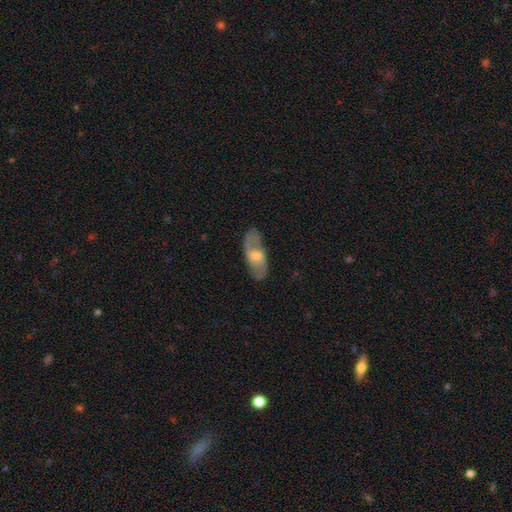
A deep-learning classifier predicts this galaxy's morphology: smooth-or-featured: featured or disk: 61% | smooth: 33% | star or artifact: 6%
  disk-edge-on: no: 83% | yes: 17%
    bar: no: 46% | weak: 42% | strong: 12%
    has-spiral-arms: yes: 73% | no: 27%
    bulge-size: moderate: 59% | small: 22% | large: 15% | none: 4% | dominant: 1%
  merging: none: 79% | minor disturbance: 15% | major disturbance: 5% | merger: 1%